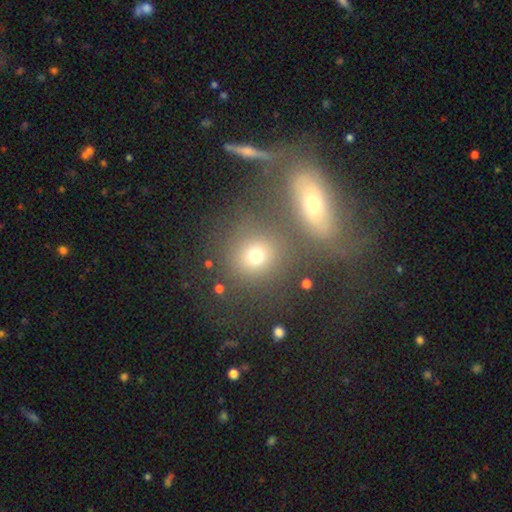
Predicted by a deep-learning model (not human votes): This appears to be a smooth galaxy with no disk features (70%) that is round (82%). Merging: none (67%).